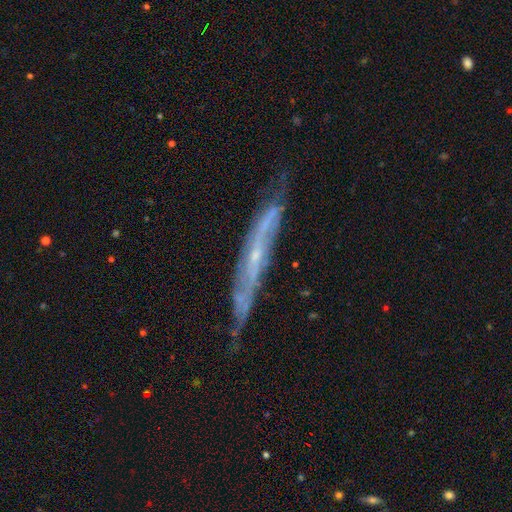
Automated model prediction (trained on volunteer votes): This appears to be a featured or disk galaxy (79%) viewed edge-on (62%). Merging: none (65%).